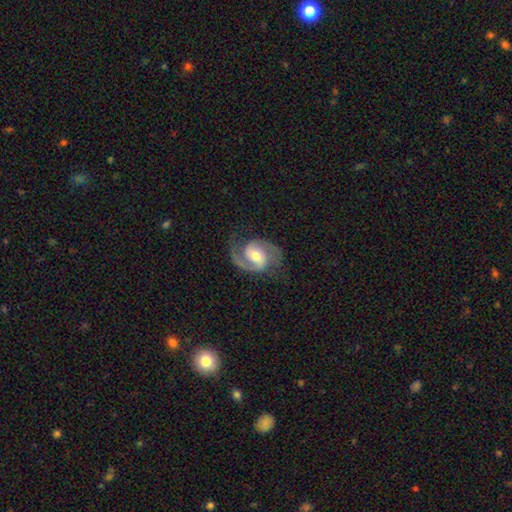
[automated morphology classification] This appears to be a featured or disk galaxy (90%) with a weak bar (42%), 2 (92%) medium (57%) spiral arms (98%) and a moderate central bulge (69%). Merging: none (76%).